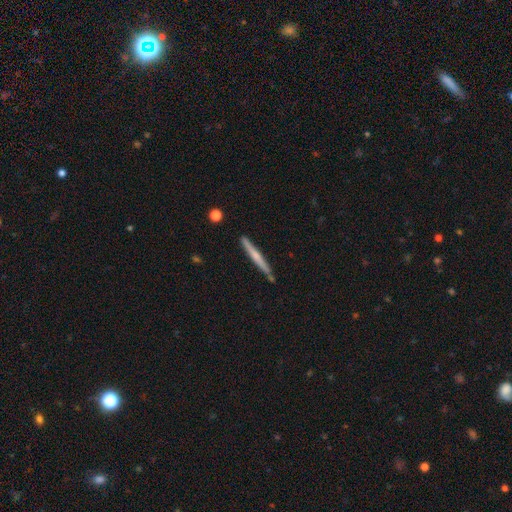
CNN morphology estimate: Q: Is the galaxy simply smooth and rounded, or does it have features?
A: featured or disk — 47%, tied with smooth.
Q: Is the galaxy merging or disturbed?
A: none — 85%.